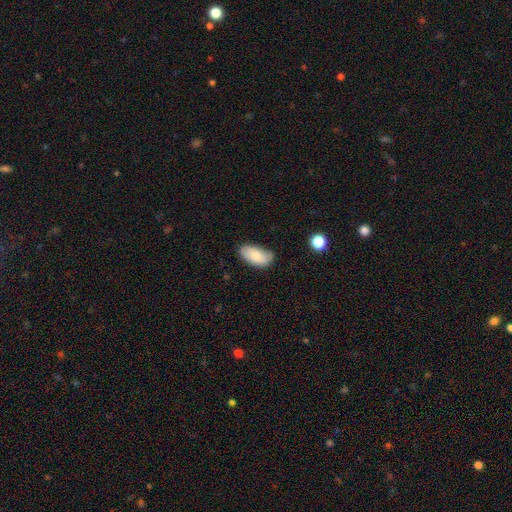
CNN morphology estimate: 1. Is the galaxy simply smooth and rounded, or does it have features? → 77% smooth, 16% featured or disk, 7% star or artifact.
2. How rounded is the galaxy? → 94% in between, 3% round, 3% cigar-shaped.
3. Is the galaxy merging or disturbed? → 64% none, 29% minor disturbance, 5% major disturbance, 2% merger.